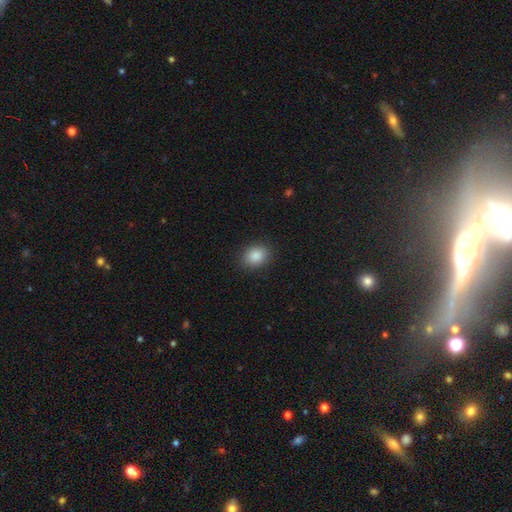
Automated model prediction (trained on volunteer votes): Morphology: type=smooth (87%); roundness=in between (53%); merging=none (88%).